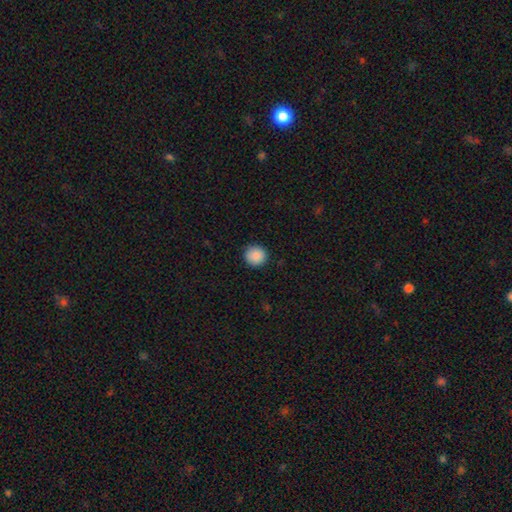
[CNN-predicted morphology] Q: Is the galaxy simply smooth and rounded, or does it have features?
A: smooth — 89%.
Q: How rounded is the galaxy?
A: round — 94%.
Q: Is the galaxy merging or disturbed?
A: none — 91%.